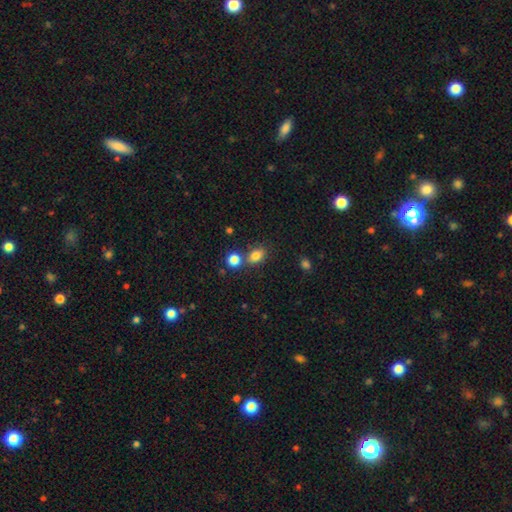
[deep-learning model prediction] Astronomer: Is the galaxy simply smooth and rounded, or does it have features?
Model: smooth — 81%.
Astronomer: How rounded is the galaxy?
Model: in between — 70%.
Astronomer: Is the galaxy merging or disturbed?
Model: none — 62%.